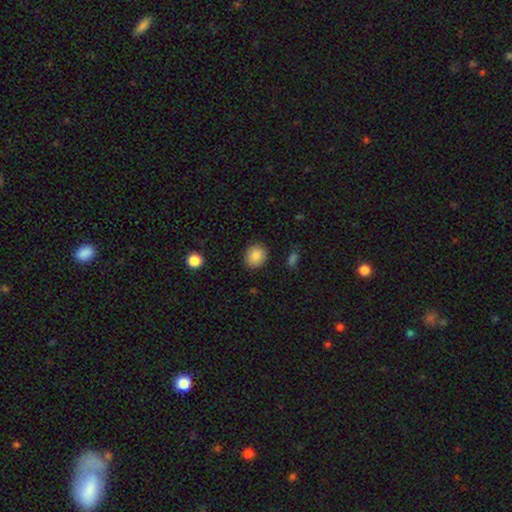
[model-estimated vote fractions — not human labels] smooth_or_featured: smooth (p=0.85) [alt: star or artifact p=0.08]
how_rounded: round (p=0.76) [alt: in between p=0.23]
merging: none (p=0.88) [alt: minor disturbance p=0.08]